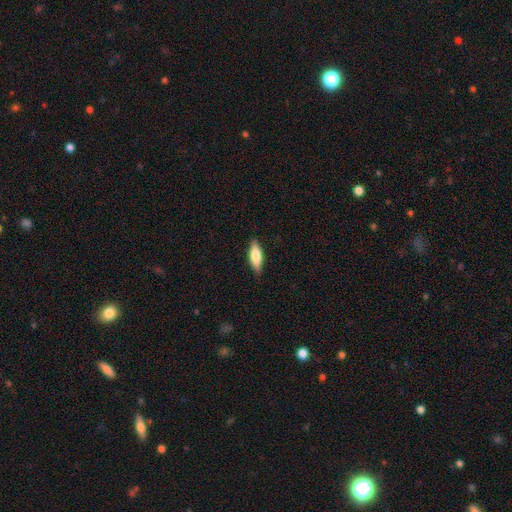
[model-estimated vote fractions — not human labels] A smooth galaxy with no disk features (68%) that is in between round and cigar-shaped (54%). Merging: none (87%).